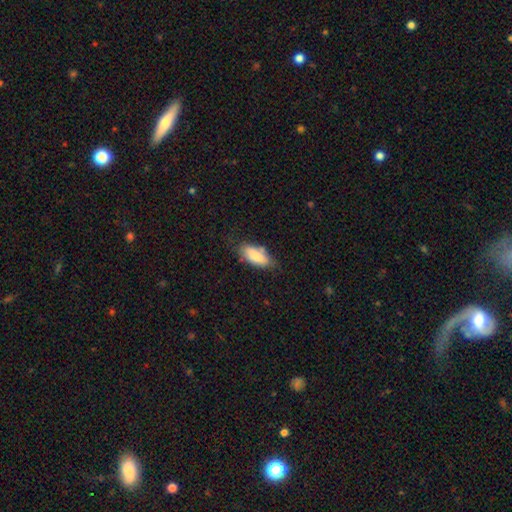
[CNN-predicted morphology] smooth_or_featured: smooth (p=0.83) [alt: featured or disk p=0.10]
how_rounded: in between (p=0.82) [alt: cigar-shaped p=0.16]
merging: none (p=0.67) [alt: minor disturbance p=0.24]